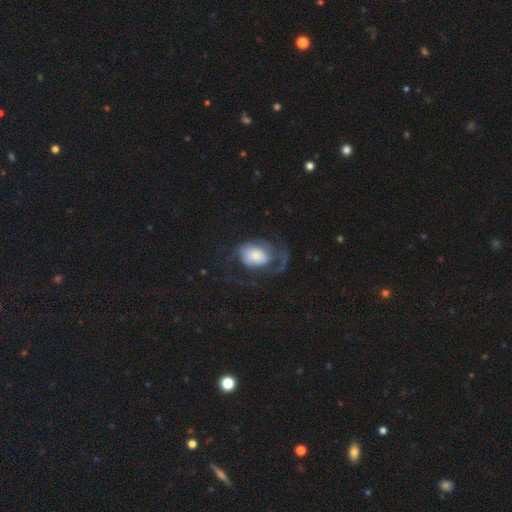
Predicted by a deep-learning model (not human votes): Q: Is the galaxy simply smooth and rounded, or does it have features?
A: smooth — 47%.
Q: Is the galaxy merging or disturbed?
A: major disturbance — 52%.